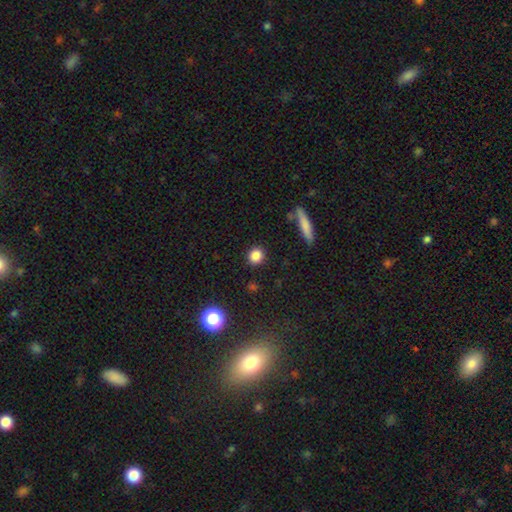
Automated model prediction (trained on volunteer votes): Overall: smooth (84%). How rounded: round (84%). Merging: none (89%).